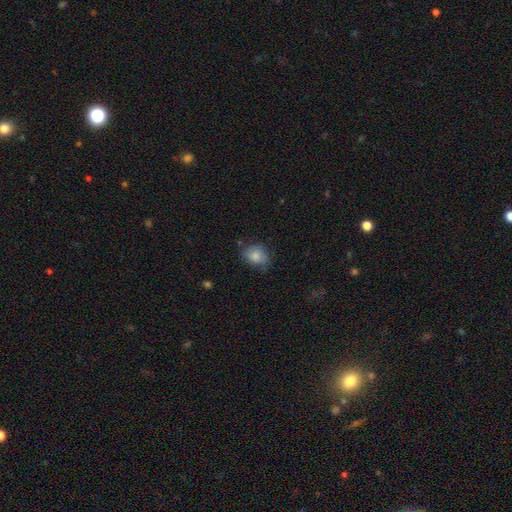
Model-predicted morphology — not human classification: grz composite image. It shows a smooth galaxy with no disk features (82%) that is round (59%). Merging: none (67%).